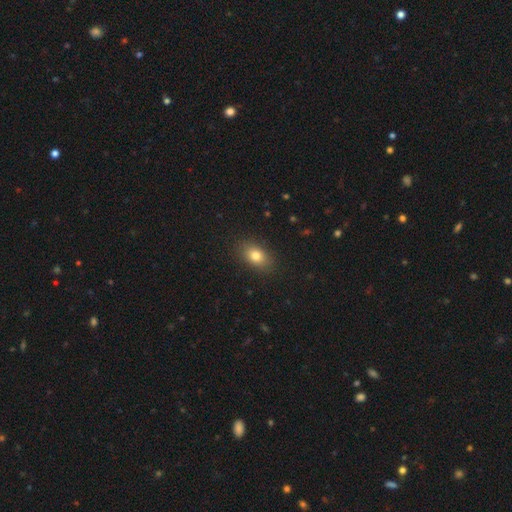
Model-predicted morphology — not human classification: Smooth or featured?
  - smooth: 80% *
  - star or artifact: 10%
  - featured or disk: 9%
How rounded?
  - in between: 79% *
  - round: 19%
  - cigar-shaped: 2%
Merging?
  - none: 87% *
  - minor disturbance: 9%
  - major disturbance: 3%
  - merger: 1%